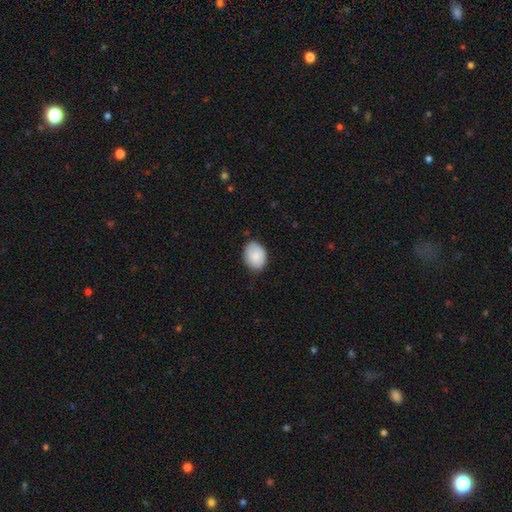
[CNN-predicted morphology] This is clearly a smooth galaxy (86%). How rounded: likely in between (74%). Merging: likely none (78%).